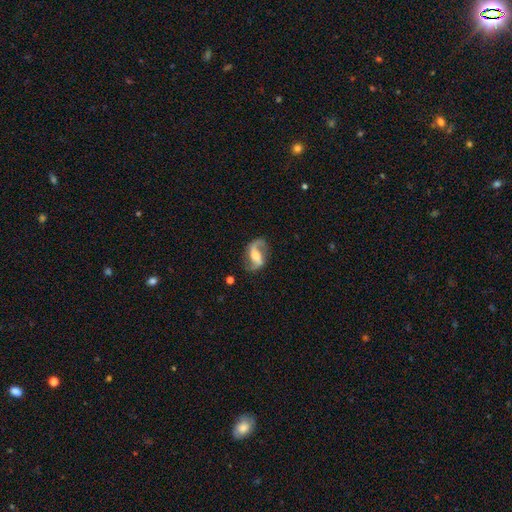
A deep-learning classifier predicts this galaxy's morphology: A featured or disk galaxy (84%) with a weak bar (42%), 2 (87%) loose (59%) spiral arms (95%) and a moderate central bulge (47%).

Vote fractions:
- Smooth or featured? featured or disk: 84% / smooth: 10% / star or artifact: 6%
- Edge-on disk? no: 97% / yes: 3%
- Bar? weak: 42% / strong: 35% / no: 23%
- Spiral arms? yes: 95% / no: 5%
- Spiral winding? loose: 59% / medium: 33% / tight: 8%
- Spiral arm count? 2: 87% / 1: 8% / can't tell: 2% / 3: 1% / 4: 1% / more than 4: 1%
- Bulge size? moderate: 47% / small: 24% / large: 17% / none: 9% / dominant: 2%
- Merging? none: 72% / minor disturbance: 16% / major disturbance: 9% / merger: 2%